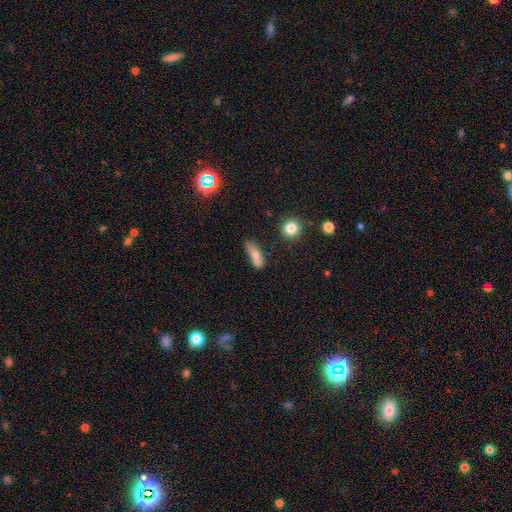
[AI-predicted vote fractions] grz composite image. It shows a smooth galaxy with no disk features (71%) that is in between round and cigar-shaped (49%). Merging: none (54%).